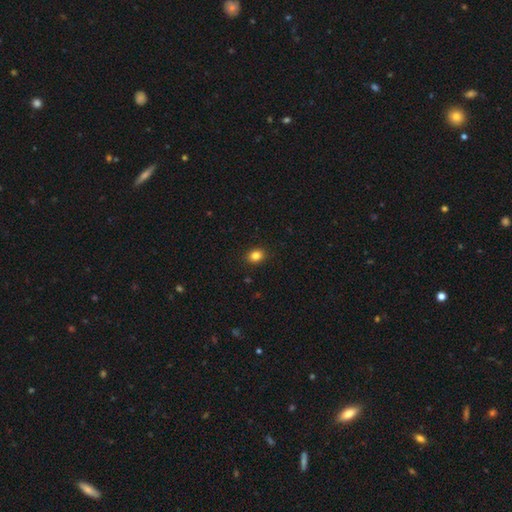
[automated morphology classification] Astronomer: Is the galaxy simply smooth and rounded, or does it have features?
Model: smooth — 84%.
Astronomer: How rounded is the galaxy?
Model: round — 52% (runner-up: in between, 47%).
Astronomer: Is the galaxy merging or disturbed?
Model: none — 90%.